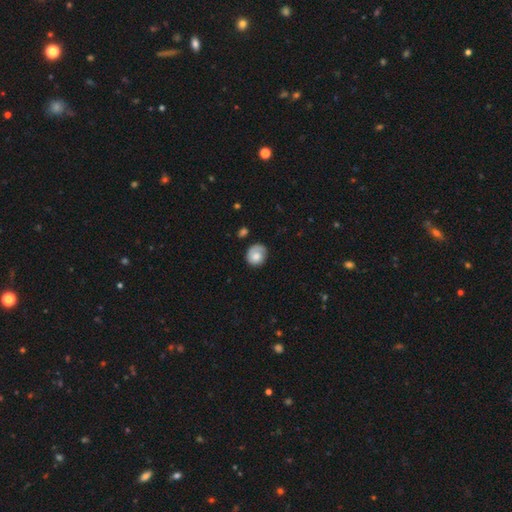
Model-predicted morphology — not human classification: Q: Smooth or featured?
A: smooth (66%); runner-up: featured or disk (27%)
Q: How rounded?
A: round (76%); runner-up: in between (23%)
Q: Merging?
A: none (61%); runner-up: minor disturbance (25%)